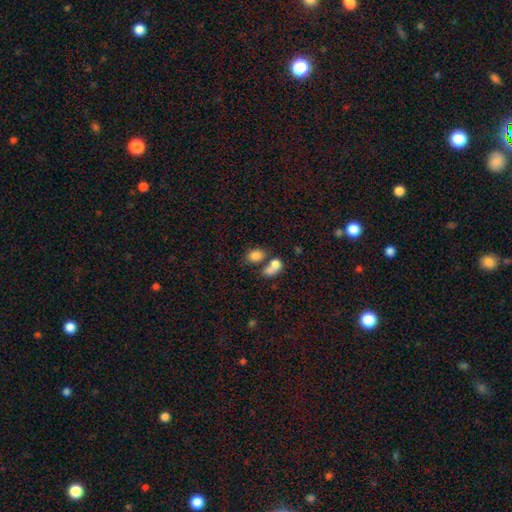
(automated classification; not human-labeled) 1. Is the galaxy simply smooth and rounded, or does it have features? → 82% smooth, 10% star or artifact, 9% featured or disk.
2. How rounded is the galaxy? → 69% in between, 30% round, 1% cigar-shaped.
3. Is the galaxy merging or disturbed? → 44% merger, 39% none, 10% minor disturbance, 6% major disturbance.